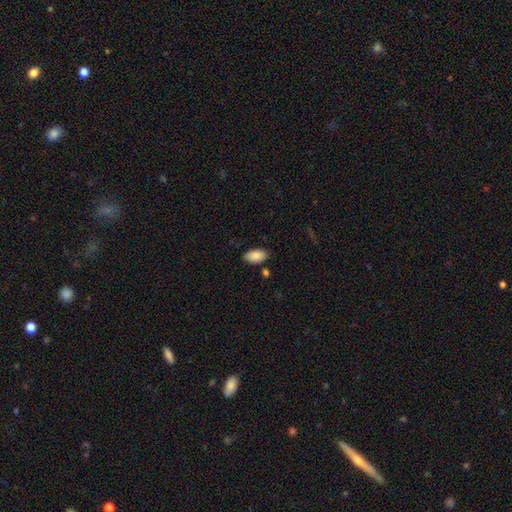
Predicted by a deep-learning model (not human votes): smooth-or-featured: smooth: 89% | star or artifact: 7% | featured or disk: 4%
  how-rounded: in between: 95% | round: 4% | cigar-shaped: 2%
  merging: none: 82% | minor disturbance: 12% | merger: 3% | major disturbance: 3%